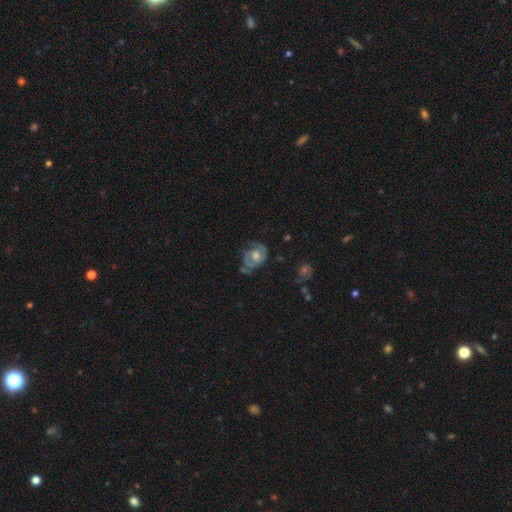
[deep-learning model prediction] Smooth or featured?
  - featured or disk: 75% *
  - smooth: 17%
  - star or artifact: 8%
Edge-on disk?
  - no: 97% *
  - yes: 3%
Bar?
  - no: 72% *
  - weak: 24%
  - strong: 5%
Spiral arms?
  - yes: 85% *
  - no: 15%
Spiral winding?
  - tight: 53% *
  - medium: 36%
  - loose: 11%
Spiral arm count?
  - 2: 63% *
  - can't tell: 19%
  - 1: 7%
  - 3: 6%
  - 4: 2%
  - more than 4: 2%
Bulge size?
  - moderate: 65% *
  - large: 16%
  - small: 15%
  - none: 3%
  - dominant: 1%
Merging?
  - none: 57% *
  - minor disturbance: 25%
  - major disturbance: 15%
  - merger: 4%